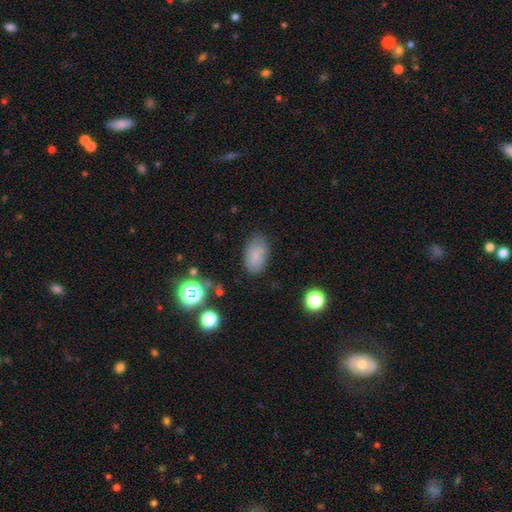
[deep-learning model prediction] Smooth or featured: smooth — 79% (star or artifact — 11%)
How rounded: in between — 92% (round — 7%)
Merging: none — 75% (minor disturbance — 17%)